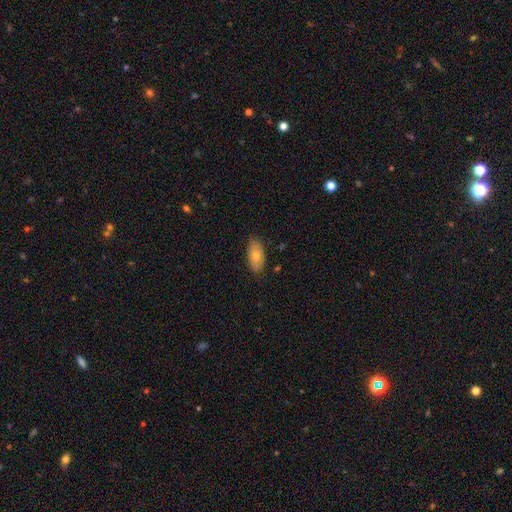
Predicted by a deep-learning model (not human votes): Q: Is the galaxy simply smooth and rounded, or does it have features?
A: smooth — 67%.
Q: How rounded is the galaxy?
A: in between — 89%.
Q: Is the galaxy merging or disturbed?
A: none — 86%.